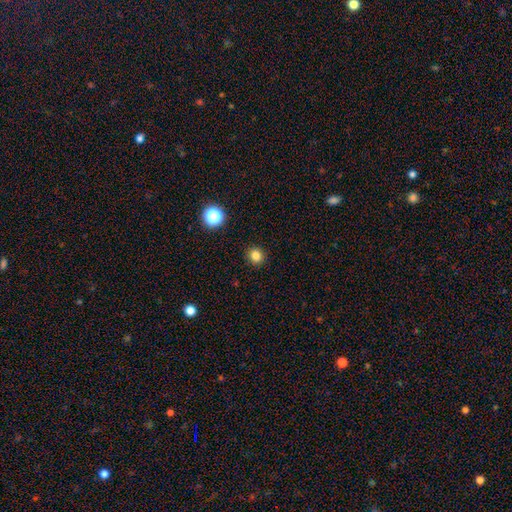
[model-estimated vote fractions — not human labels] smooth-or-featured: smooth: 82% | star or artifact: 13% | featured or disk: 4%
  how-rounded: round: 89% | in between: 10% | cigar-shaped: 1%
  merging: none: 92% | minor disturbance: 5% | major disturbance: 2% | merger: 1%